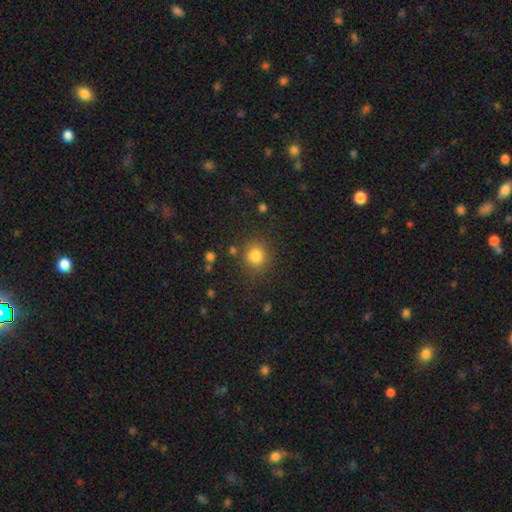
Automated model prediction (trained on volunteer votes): A smooth galaxy with no disk features (82%) that is round (89%). Merging: none (83%).